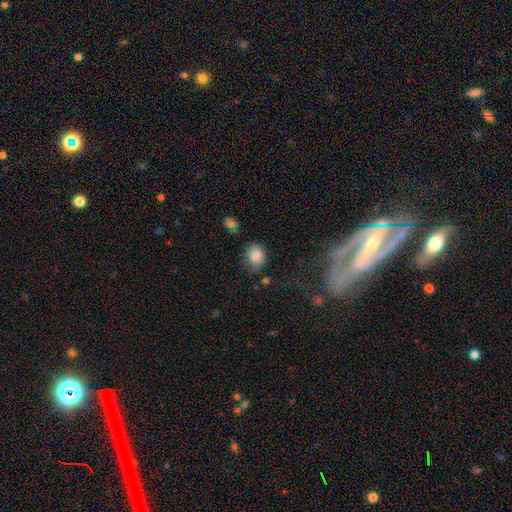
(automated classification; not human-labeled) Overall: smooth (81%). How rounded: round (65%; in between 34%). Merging: none (71%).